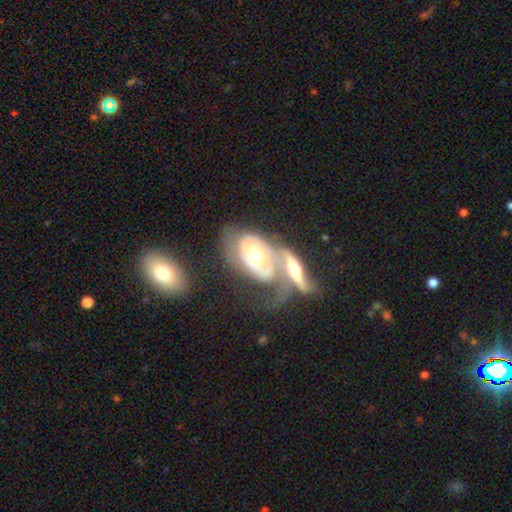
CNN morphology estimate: A featured or disk galaxy (75%) with no bar (67%), 2 (62%) tight (43%) spiral arms (78%) and a moderate central bulge (70%).

Vote fractions:
- Smooth or featured? featured or disk: 75% / smooth: 20% / star or artifact: 5%
- Edge-on disk? no: 91% / yes: 9%
- Bar? no: 67% / weak: 24% / strong: 9%
- Spiral arms? yes: 78% / no: 22%
- Spiral winding? tight: 43% / medium: 34% / loose: 23%
- Spiral arm count? 2: 62% / can't tell: 24% / 1: 8% / 3: 3% / 4: 1% / more than 4: 1%
- Bulge size? moderate: 70% / small: 14% / large: 13% / dominant: 1% / none: 1%
- Merging? merger: 63% / none: 15% / major disturbance: 13% / minor disturbance: 9%